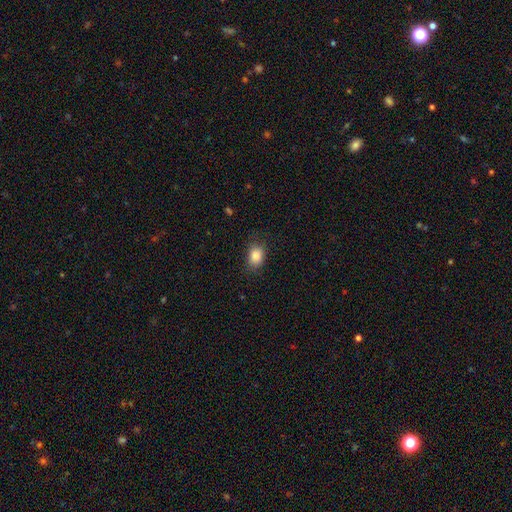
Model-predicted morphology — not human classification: smooth 86%, star or artifact 9%, featured or disk 5%. Down the decision tree: how rounded — in between (71%); merging — none (76%).